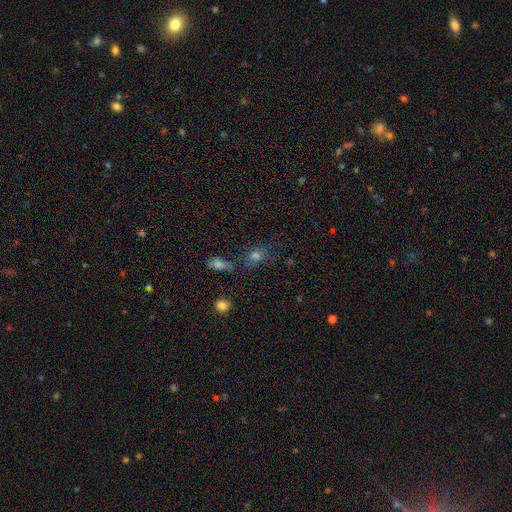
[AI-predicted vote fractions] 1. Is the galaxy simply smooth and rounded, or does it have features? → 68% smooth, 21% star or artifact, 11% featured or disk.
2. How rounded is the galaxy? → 52% in between, 44% round, 4% cigar-shaped.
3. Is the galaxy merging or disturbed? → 66% none, 17% minor disturbance, 11% merger, 6% major disturbance.